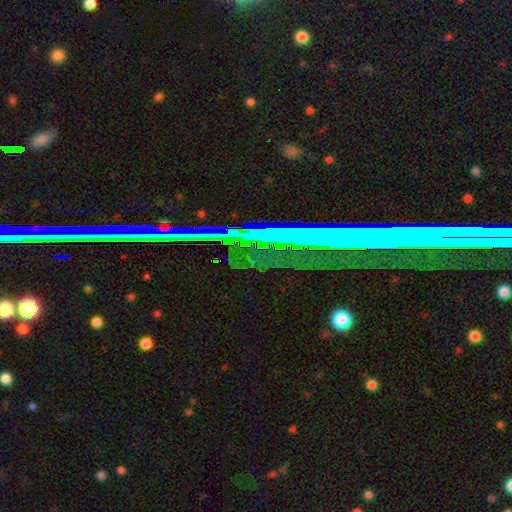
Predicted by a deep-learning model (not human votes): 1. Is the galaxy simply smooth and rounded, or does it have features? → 58% star or artifact, 28% featured or disk, 13% smooth.